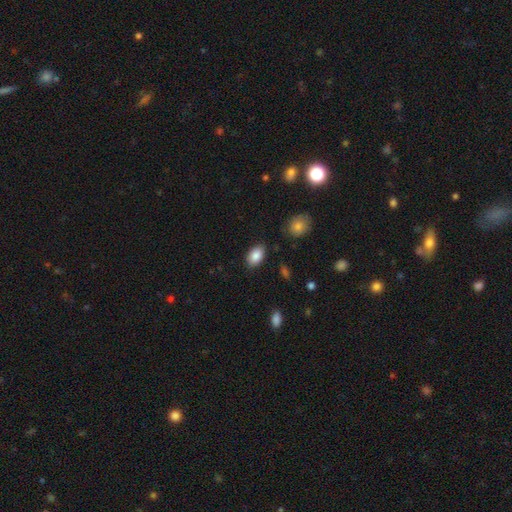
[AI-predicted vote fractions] Morphology: type=smooth (87%); roundness=in between (90%); merging=none (85%).